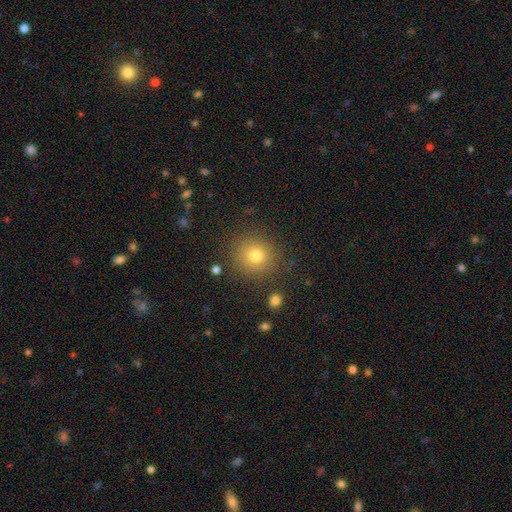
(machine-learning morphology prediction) smooth_or_featured: smooth (p=0.77) [alt: star or artifact p=0.15]
how_rounded: round (p=0.92) [alt: in between p=0.07]
merging: none (p=0.88) [alt: minor disturbance p=0.07]